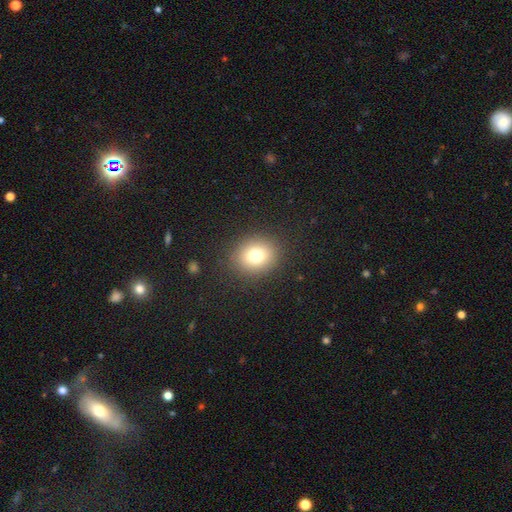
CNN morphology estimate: type=smooth (76%); roundness=round (69%); merging=none (88%).